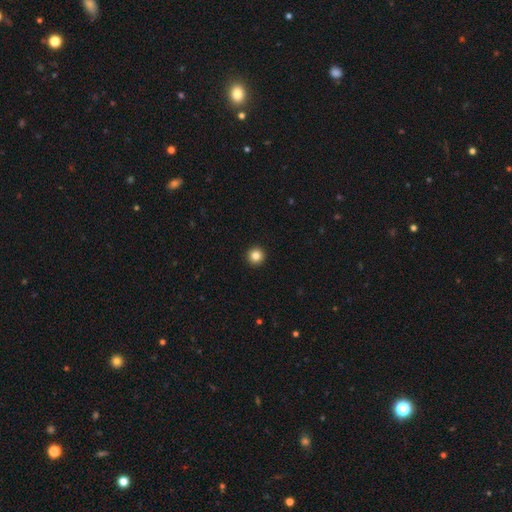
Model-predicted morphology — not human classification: This appears to be a smooth galaxy with no disk features (85%) that is round (96%). Merging: none (94%).